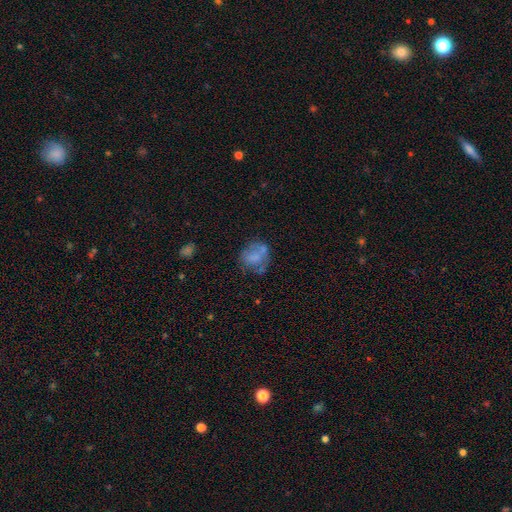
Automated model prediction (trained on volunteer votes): smooth 55%, featured or disk 35%, star or artifact 10%. Down the decision tree: how rounded — round (65%); merging — none (45%).